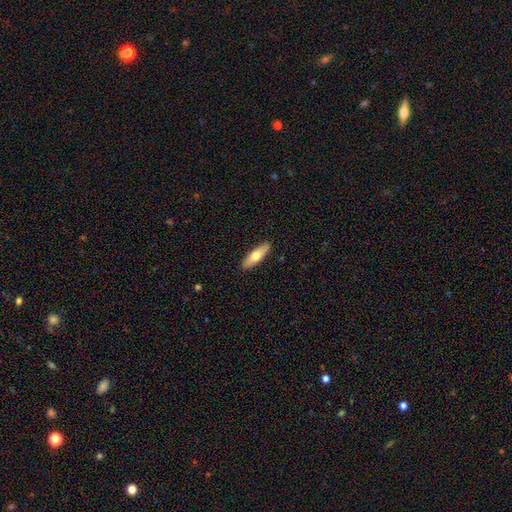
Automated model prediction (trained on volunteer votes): smooth 64%, featured or disk 30%, star or artifact 5%. Down the decision tree: how rounded — cigar-shaped (52%); merging — none (90%).